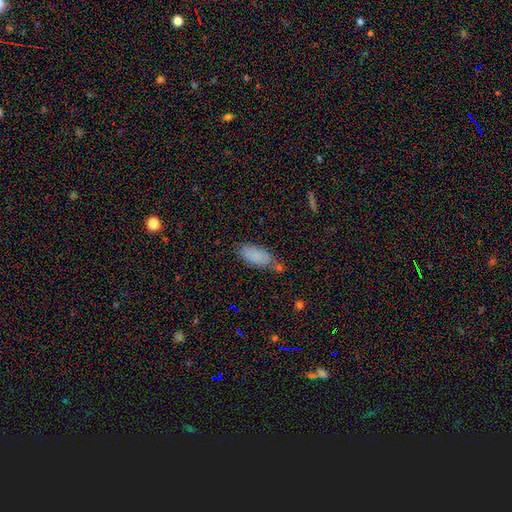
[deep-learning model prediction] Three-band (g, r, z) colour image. It shows a smooth galaxy with no disk features (85%) that is in between round and cigar-shaped (86%). Merging: none (57%).